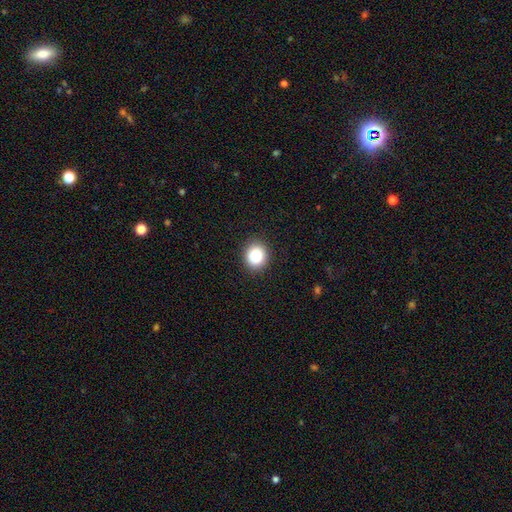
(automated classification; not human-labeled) Smooth or featured?
  - smooth: 87% *
  - star or artifact: 10%
  - featured or disk: 4%
How rounded?
  - round: 74% *
  - in between: 25%
  - cigar-shaped: 1%
Merging?
  - none: 90% *
  - minor disturbance: 7%
  - major disturbance: 2%
  - merger: 1%